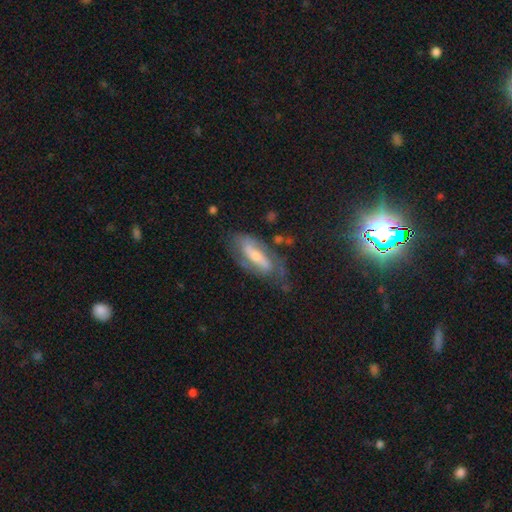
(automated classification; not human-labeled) Smooth or featured: featured or disk — 69% (smooth — 23%)
Edge-on disk: no — 84% (yes — 16%)
Bar: strong — 39% (weak — 35%)
Spiral arms: yes — 83% (no — 17%)
Bulge size: small — 46% (moderate — 45%)
Merging: none — 60% (minor disturbance — 24%)